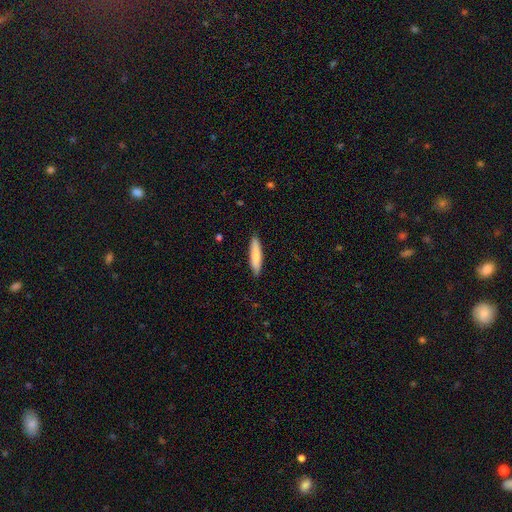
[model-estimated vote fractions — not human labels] The model was most divided on "how rounded": cigar-shaped: 82%, in between: 17%, round: 1%. More confident: merging — none (89%); smooth or featured — smooth (81%).